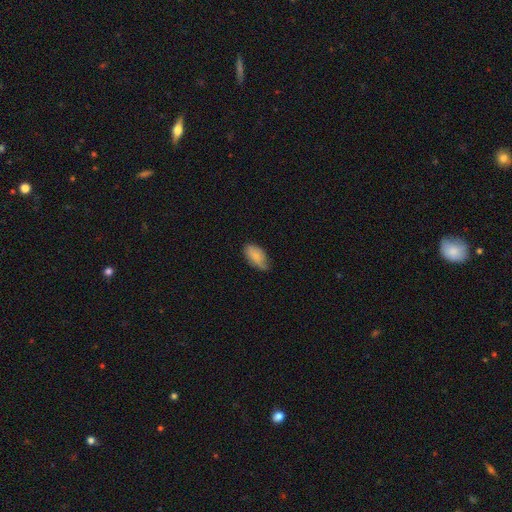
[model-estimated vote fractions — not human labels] Smooth or featured: smooth — 78% (featured or disk — 16%)
How rounded: in between — 93% (cigar-shaped — 4%)
Merging: none — 59% (minor disturbance — 33%)